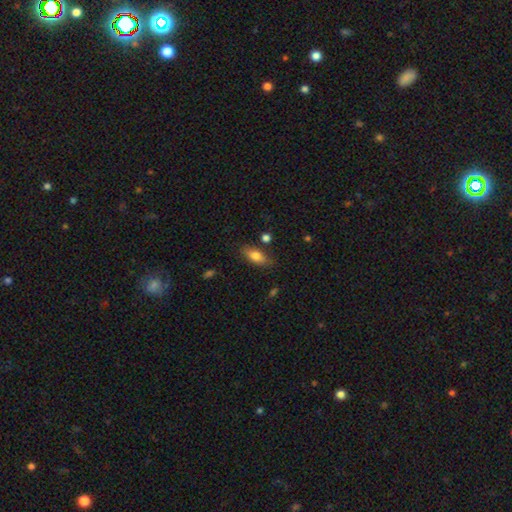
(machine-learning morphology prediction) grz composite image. It shows a smooth galaxy with no disk features (77%) that is in between round and cigar-shaped (81%). Merging: none (80%).